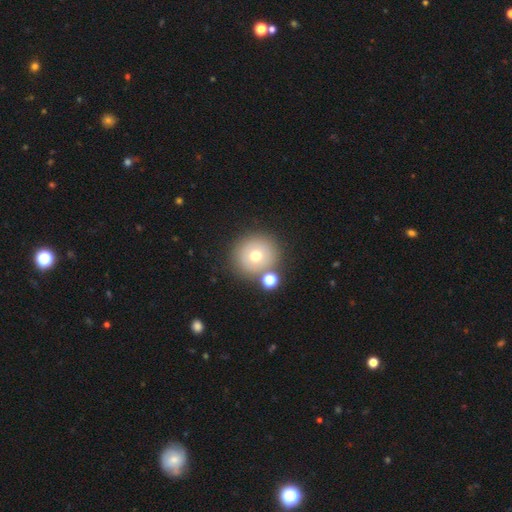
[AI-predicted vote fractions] Morphology: type=smooth (65%); roundness=round (93%); merging=none (76%).